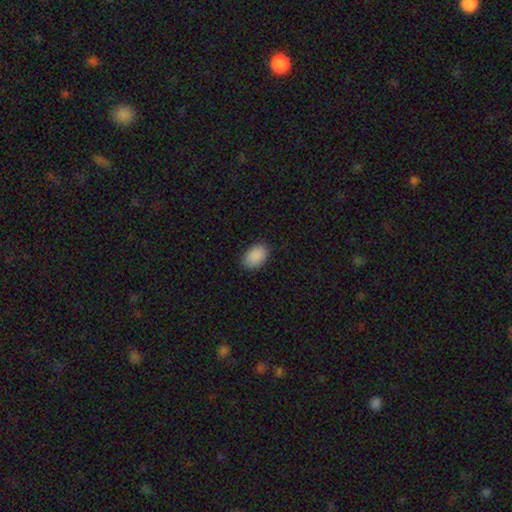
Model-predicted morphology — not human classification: A smooth galaxy with no disk features (90%) that is in between round and cigar-shaped (88%). Merging: none (86%).